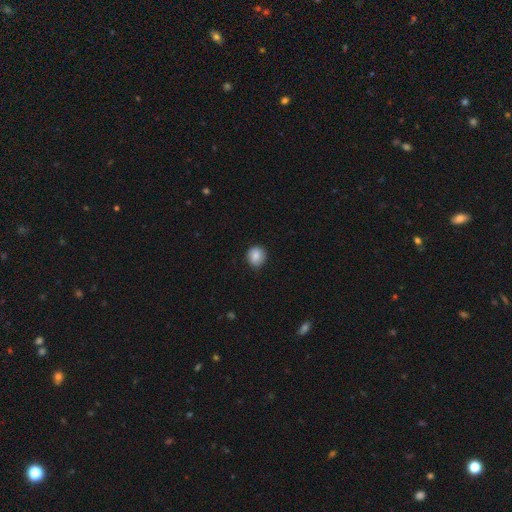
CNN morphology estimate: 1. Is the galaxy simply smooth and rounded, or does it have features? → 83% smooth, 9% featured or disk, 8% star or artifact.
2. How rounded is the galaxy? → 80% round, 19% in between, 1% cigar-shaped.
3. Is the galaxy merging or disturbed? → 84% none, 12% minor disturbance, 3% major disturbance, 1% merger.